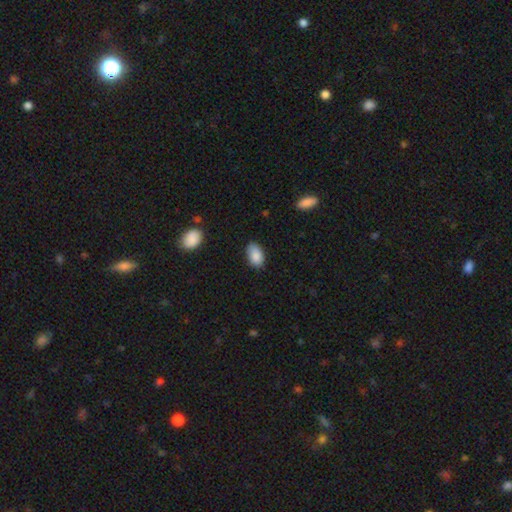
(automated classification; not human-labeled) smooth 88%, star or artifact 7%, featured or disk 5%. Down the decision tree: how rounded — in between (93%); merging — none (78%).